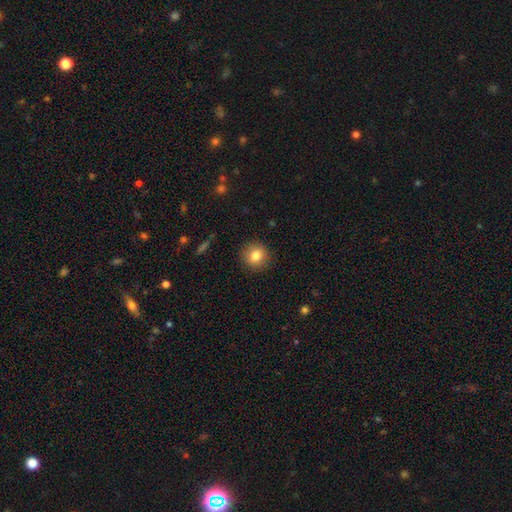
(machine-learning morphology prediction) smooth-or-featured: smooth: 81% | star or artifact: 10% | featured or disk: 9%
  how-rounded: round: 91% | in between: 8% | cigar-shaped: 1%
  merging: none: 91% | minor disturbance: 6% | major disturbance: 2% | merger: 1%